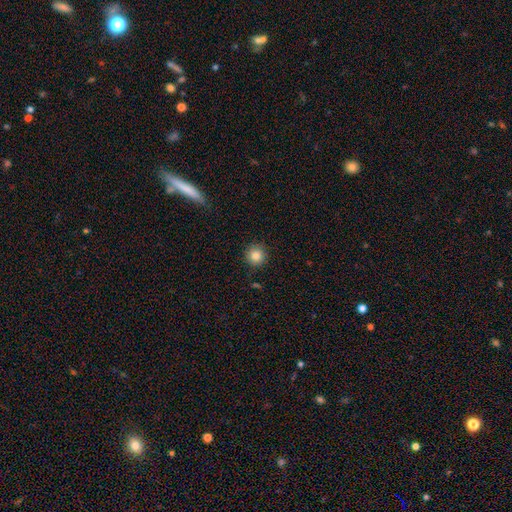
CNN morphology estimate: A smooth galaxy with no disk features (85%) that is round (95%).

Vote fractions:
- Smooth or featured? smooth: 85% / star or artifact: 10% / featured or disk: 5%
- How rounded? round: 95% / in between: 5% / cigar-shaped: 1%
- Merging? none: 90% / minor disturbance: 7% / major disturbance: 2% / merger: 1%